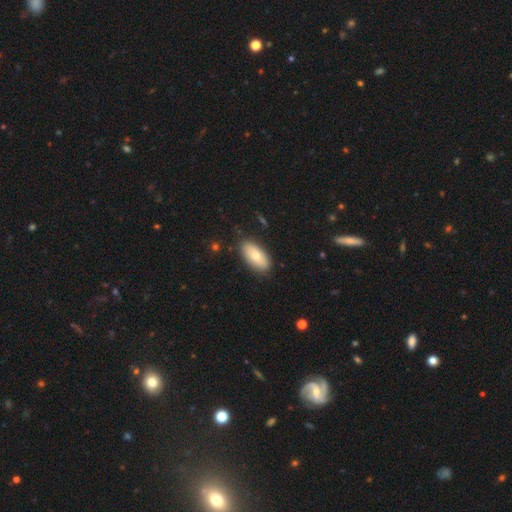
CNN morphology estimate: smooth_or_featured: smooth (p=0.76) [alt: featured or disk p=0.18]
how_rounded: in between (p=0.89) [alt: cigar-shaped p=0.08]
merging: none (p=0.86) [alt: minor disturbance p=0.10]